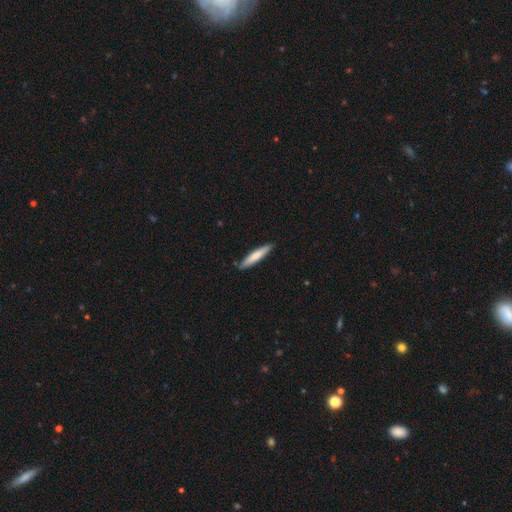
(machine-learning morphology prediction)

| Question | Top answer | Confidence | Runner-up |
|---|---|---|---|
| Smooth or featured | smooth | 71% | featured or disk (24%) |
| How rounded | cigar-shaped | 91% | in between (8%) |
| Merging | none | 87% | minor disturbance (10%) |